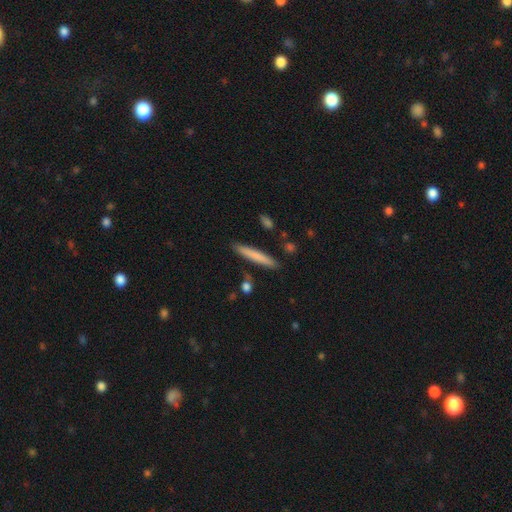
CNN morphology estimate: smooth_or_featured: smooth (p=0.74) [alt: featured or disk p=0.21]
how_rounded: cigar-shaped (p=0.95) [alt: in between p=0.04]
merging: none (p=0.89) [alt: minor disturbance p=0.07]